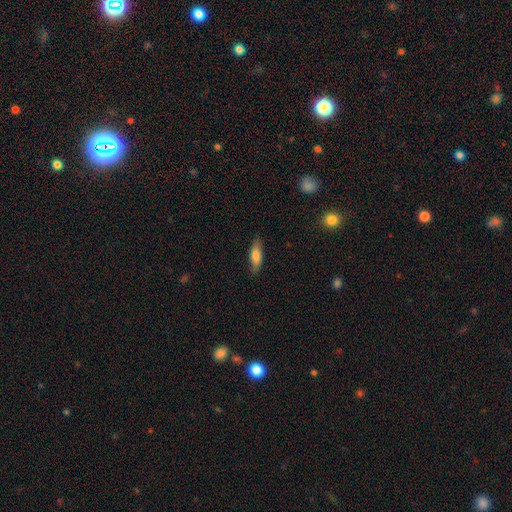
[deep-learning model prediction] This is likely a smooth galaxy (76%). How rounded: possibly in between (51%). Merging: clearly none (83%).